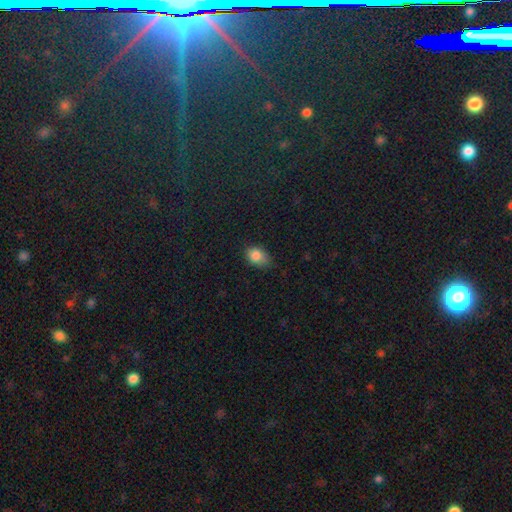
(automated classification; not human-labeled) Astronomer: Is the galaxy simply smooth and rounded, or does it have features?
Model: smooth — 84%.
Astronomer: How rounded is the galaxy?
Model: in between — 70%.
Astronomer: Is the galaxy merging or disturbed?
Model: none — 61%.